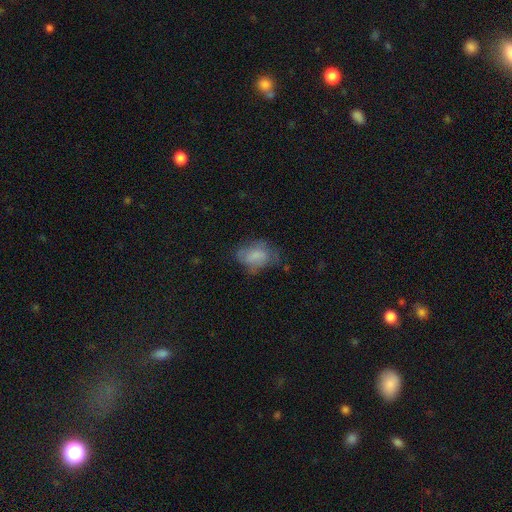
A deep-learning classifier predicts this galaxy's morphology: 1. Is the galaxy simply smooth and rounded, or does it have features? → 70% smooth, 20% featured or disk, 10% star or artifact.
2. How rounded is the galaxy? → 79% in between, 20% round, 1% cigar-shaped.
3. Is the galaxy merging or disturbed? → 47% none, 31% minor disturbance, 19% major disturbance, 3% merger.